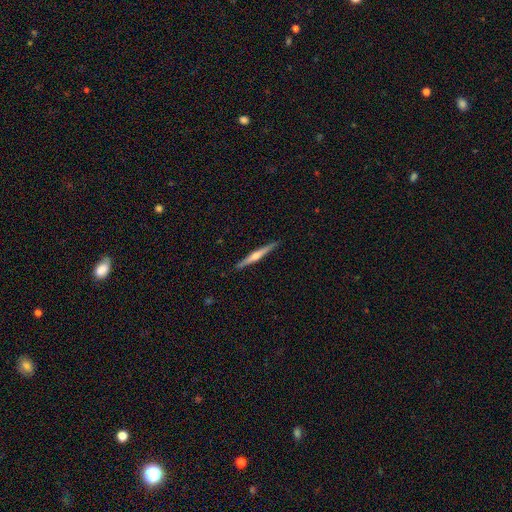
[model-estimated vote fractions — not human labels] A featured or disk galaxy (69%) viewed edge-on (98%) with a rounded central bulge (82%). Merging: none (92%).